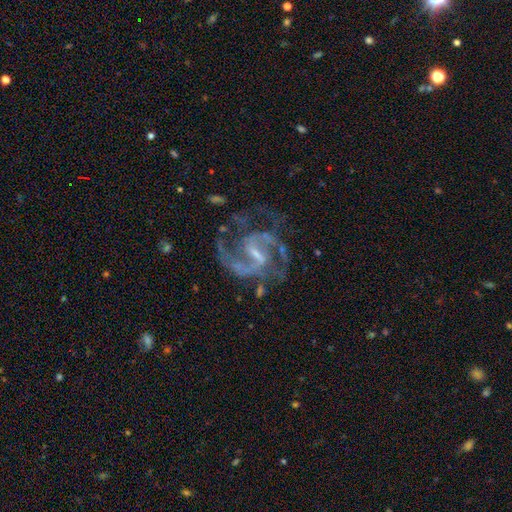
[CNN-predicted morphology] A featured or disk galaxy (90%) with a weak bar (51%), 2 (76%) medium (61%) spiral arms (98%) and a small central bulge (59%). Merging: none (67%).